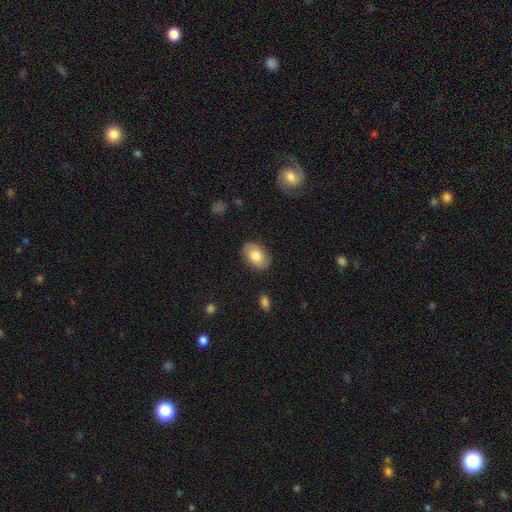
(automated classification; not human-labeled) smooth 76%, featured or disk 17%, star or artifact 7%. Down the decision tree: how rounded — in between (87%); merging — none (84%).